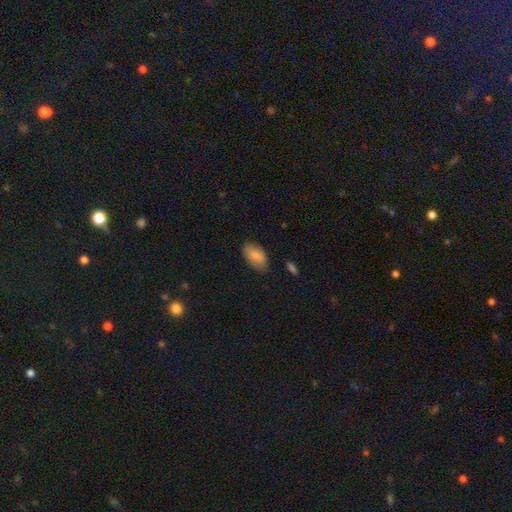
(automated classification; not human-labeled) smooth-or-featured: smooth: 85% | featured or disk: 9% | star or artifact: 6%
  how-rounded: in between: 94% | round: 4% | cigar-shaped: 2%
  merging: none: 76% | minor disturbance: 19% | major disturbance: 4% | merger: 1%